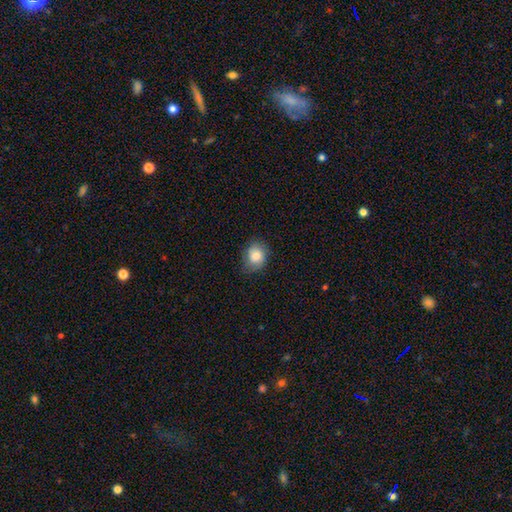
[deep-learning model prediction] Smooth or featured? smooth (83%)
How rounded? round (54%)
Merging? none (72%)